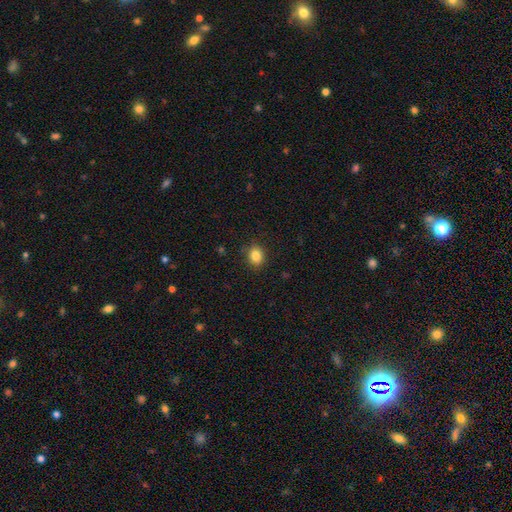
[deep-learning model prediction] Q: Smooth or featured?
A: smooth (84%); runner-up: star or artifact (10%)
Q: How rounded?
A: round (51%); runner-up: in between (48%)
Q: Merging?
A: none (88%); runner-up: minor disturbance (9%)